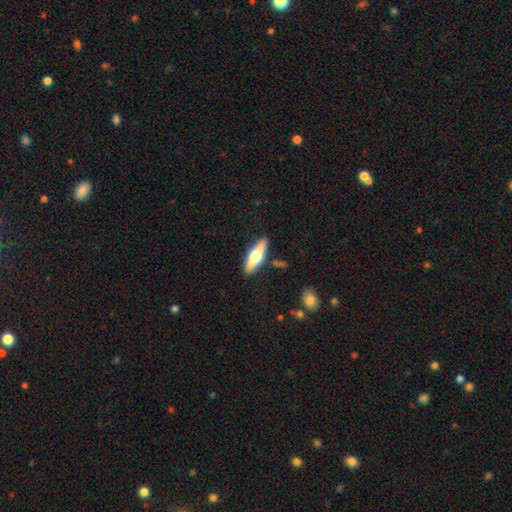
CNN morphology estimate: Overall: smooth (51%; featured or disk 43%). How rounded: cigar-shaped (52%; in between 45%). Merging: none (84%).